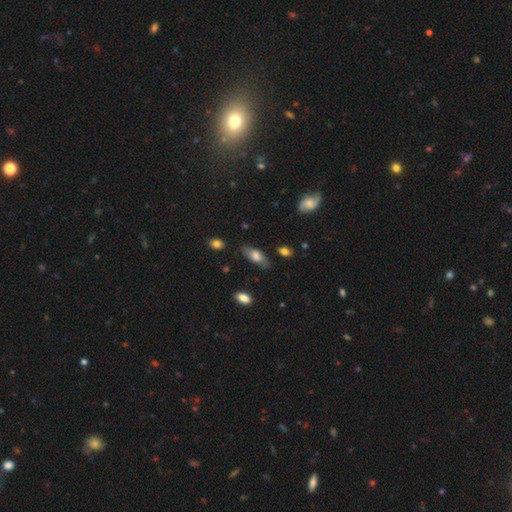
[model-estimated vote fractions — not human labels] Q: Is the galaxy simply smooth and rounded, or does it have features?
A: smooth — 66%.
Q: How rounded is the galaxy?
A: in between — 83%.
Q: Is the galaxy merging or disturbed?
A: none — 73%.